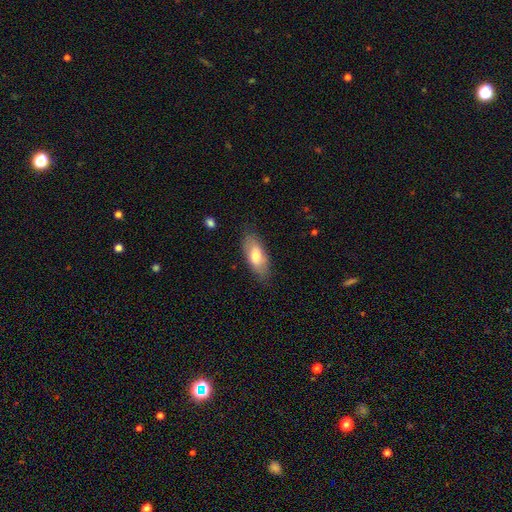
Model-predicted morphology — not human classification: Smooth or featured: smooth — 70% (featured or disk — 23%)
How rounded: in between — 82% (cigar-shaped — 16%)
Merging: none — 80% (minor disturbance — 15%)